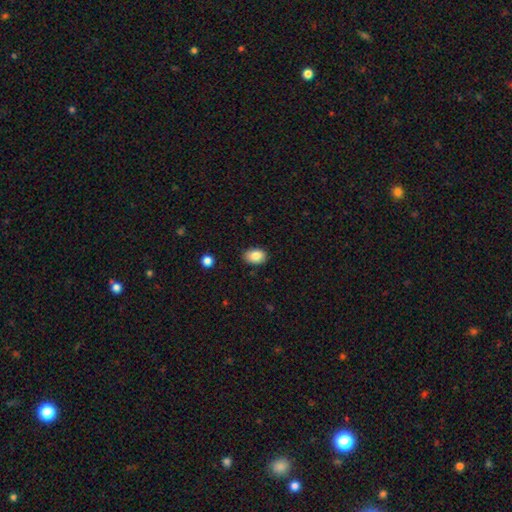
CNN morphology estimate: This is clearly a smooth galaxy (86%). How rounded: likely in between (79%). Merging: clearly none (84%).